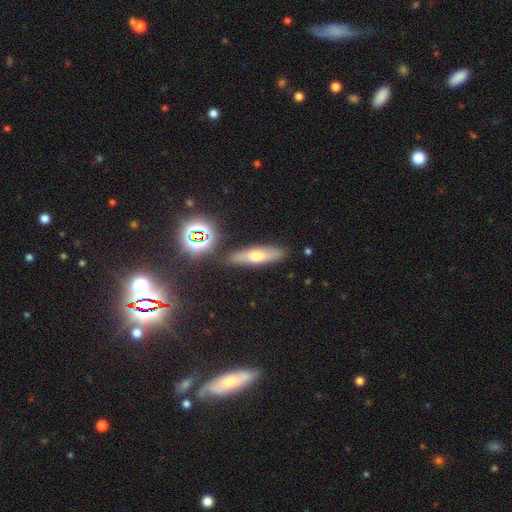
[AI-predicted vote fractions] This appears to be a smooth galaxy with no disk features (49%). Merging: none (84%).